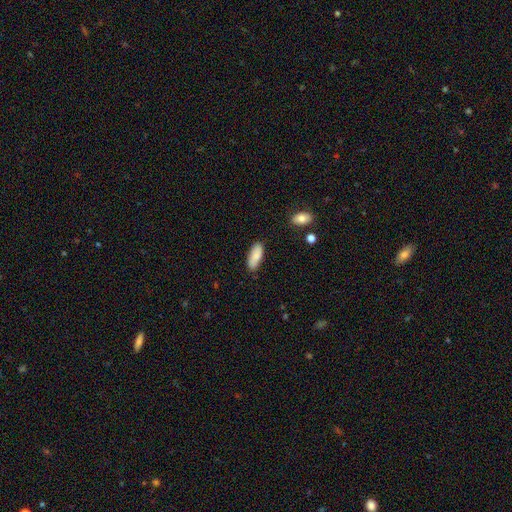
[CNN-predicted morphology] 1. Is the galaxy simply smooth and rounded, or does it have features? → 85% smooth, 9% featured or disk, 6% star or artifact.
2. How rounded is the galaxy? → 77% in between, 21% cigar-shaped, 2% round.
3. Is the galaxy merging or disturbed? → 84% none, 12% minor disturbance, 2% major disturbance, 2% merger.